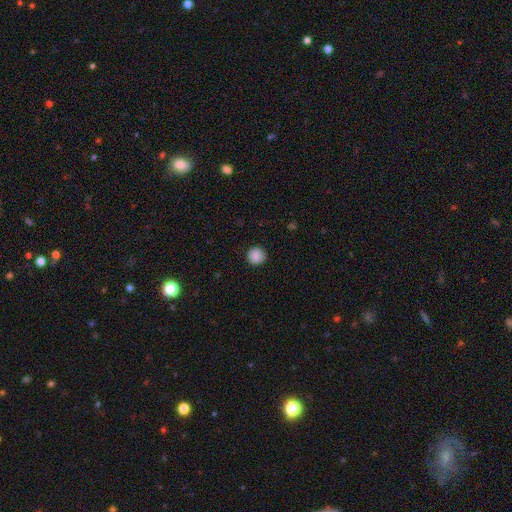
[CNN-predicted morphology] smooth 88%, star or artifact 9%, featured or disk 3%. Down the decision tree: how rounded — round (95%); merging — none (91%).